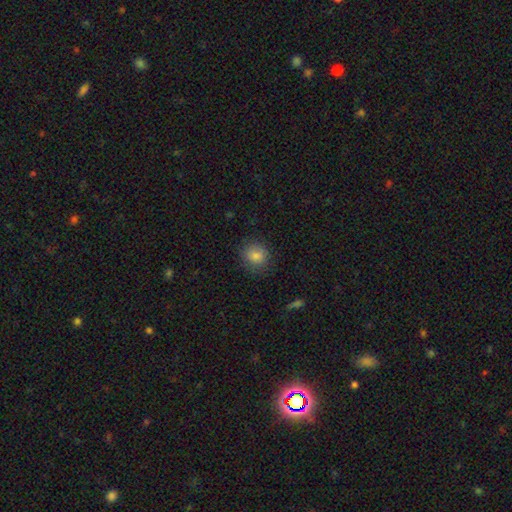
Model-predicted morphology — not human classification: type=smooth (83%); roundness=round (79%); merging=none (83%).